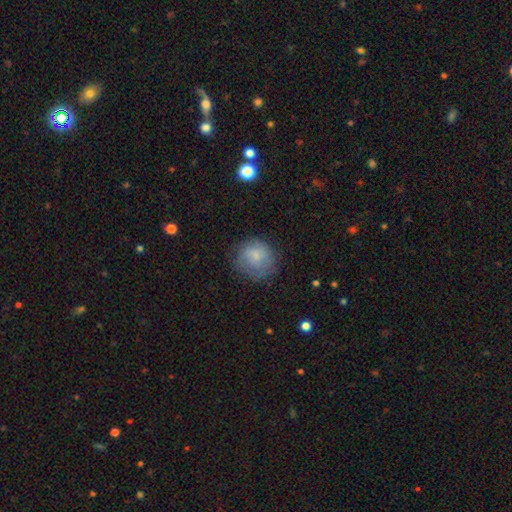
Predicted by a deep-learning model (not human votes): Smooth or featured? Predicted: smooth (p=0.70). How rounded? Predicted: round (p=0.88). Merging? Predicted: none (p=0.67).